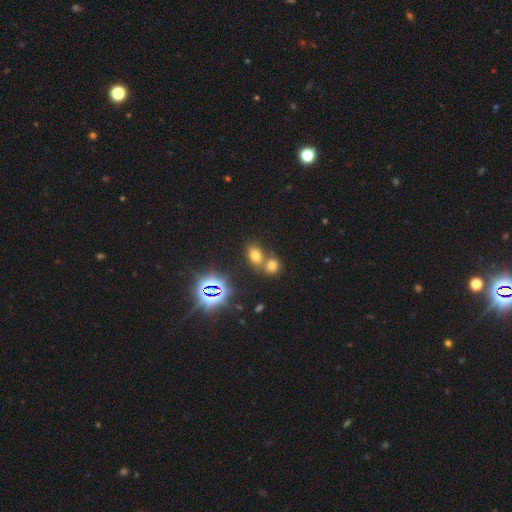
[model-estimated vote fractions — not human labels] A smooth galaxy with no disk features (63%) that is in between round and cigar-shaped (69%). Merging: none (46%).